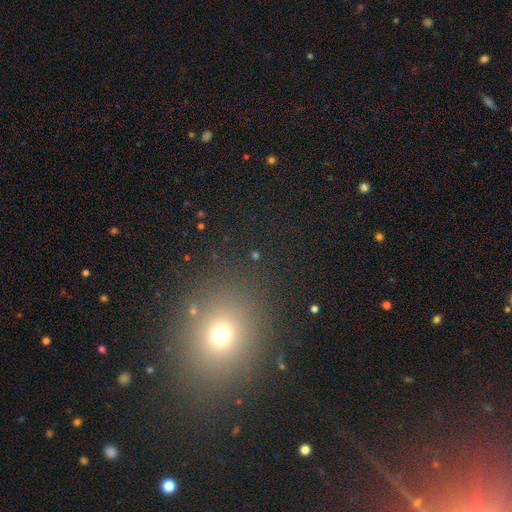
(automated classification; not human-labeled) The model was most divided on "smooth or featured": smooth: 48%, star or artifact: 42%, featured or disk: 10%. More confident: merging — none (84%).